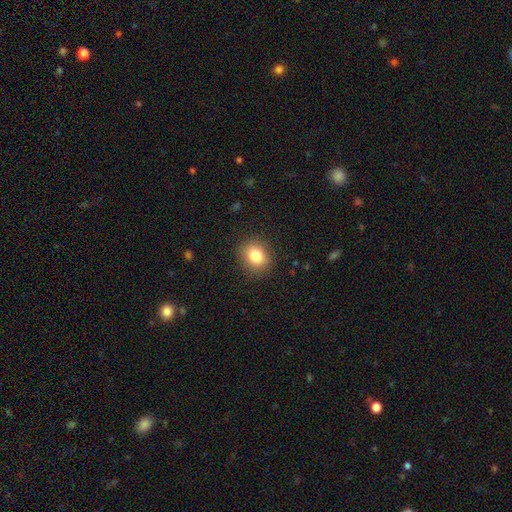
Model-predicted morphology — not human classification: The model was most divided on "how rounded": round: 63%, in between: 36%, cigar-shaped: 1%. More confident: merging — none (88%); smooth or featured — smooth (82%).